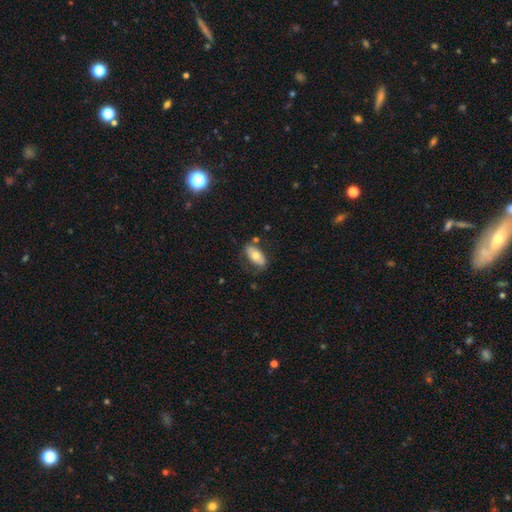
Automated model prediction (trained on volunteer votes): Smooth or featured: smooth — 63% (featured or disk — 31%)
How rounded: in between — 89% (cigar-shaped — 7%)
Merging: none — 68% (minor disturbance — 21%)